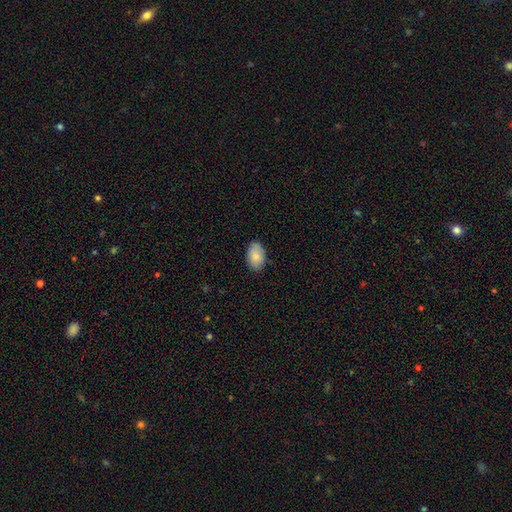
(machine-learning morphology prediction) The model was most divided on "merging": none: 85%, minor disturbance: 12%, major disturbance: 2%, merger: 1%. More confident: how rounded — in between (90%); smooth or featured — smooth (83%).